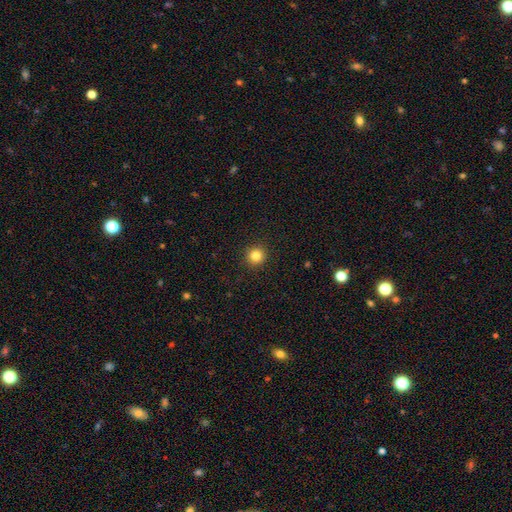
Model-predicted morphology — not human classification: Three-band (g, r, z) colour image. It shows a smooth galaxy with no disk features (84%) that is round (95%). Merging: none (93%).